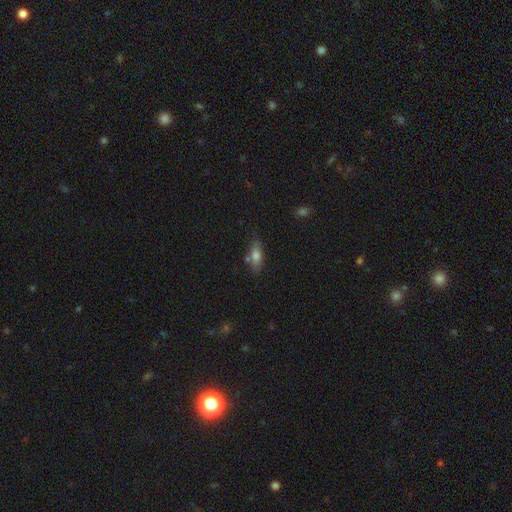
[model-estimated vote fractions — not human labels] A smooth galaxy with no disk features (72%) that is in between round and cigar-shaped (69%). Merging: none (72%).